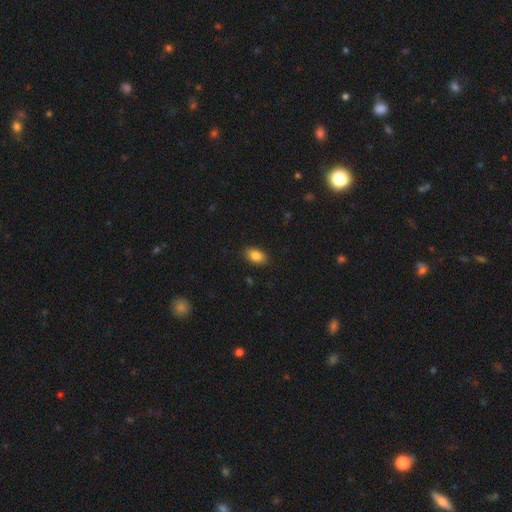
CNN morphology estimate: Smooth or featured?
  - smooth: 86% *
  - star or artifact: 8%
  - featured or disk: 6%
How rounded?
  - in between: 90% *
  - round: 8%
  - cigar-shaped: 2%
Merging?
  - none: 88% *
  - minor disturbance: 8%
  - major disturbance: 2%
  - merger: 1%